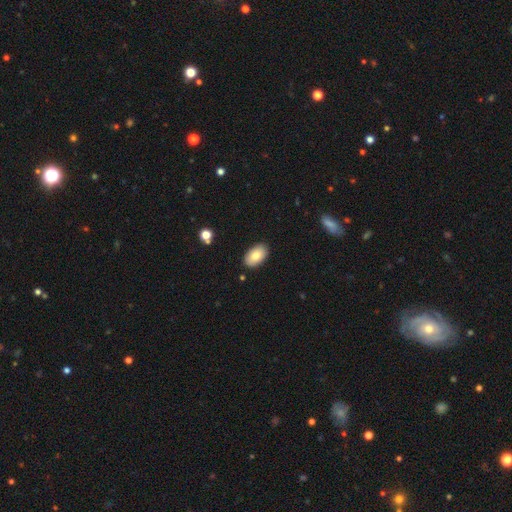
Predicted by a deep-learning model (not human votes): Smooth or featured? smooth (82%)
How rounded? in between (95%)
Merging? none (88%)